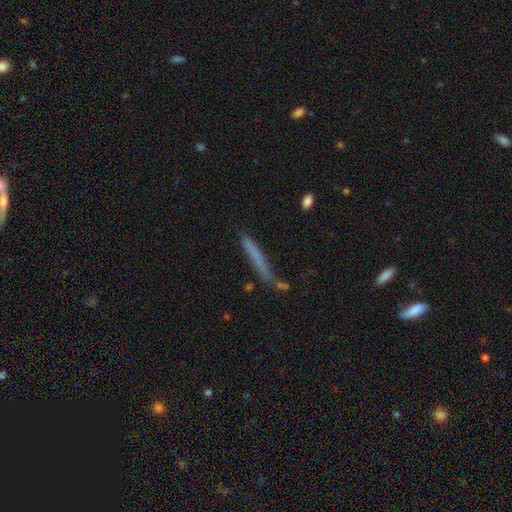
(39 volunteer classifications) Smooth or featured?
  - smooth: 59% *
  - featured or disk: 33%
  - star or artifact: 8%
How rounded?
  - cigar-shaped: 100% *
  - round: 0%
  - in between: 0%
Merging?
  - none: 83% *
  - minor disturbance: 8%
  - merger: 8%
  - major disturbance: 0%